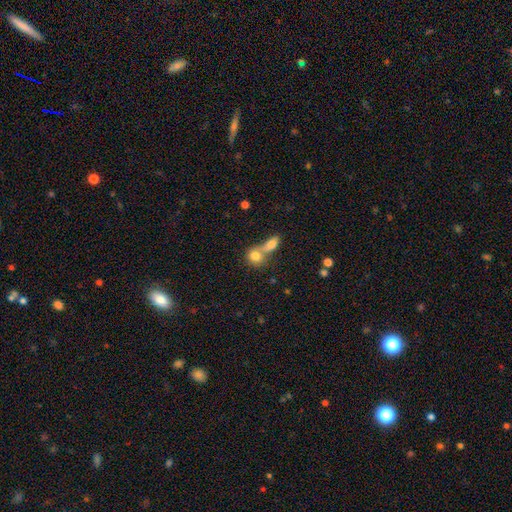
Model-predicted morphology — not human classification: Smooth or featured: smooth — 79% (featured or disk — 12%)
How rounded: round — 60% (in between — 37%)
Merging: merger — 62% (none — 28%)